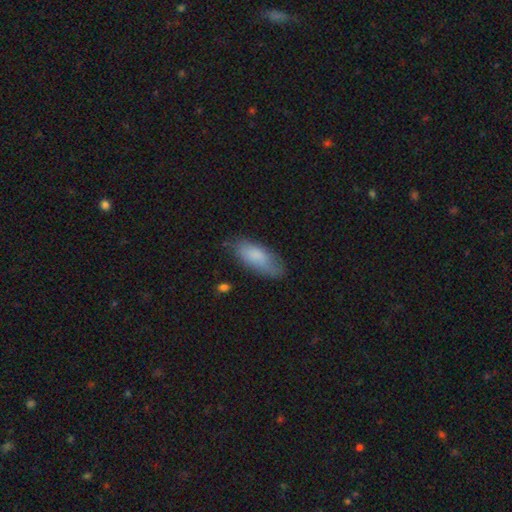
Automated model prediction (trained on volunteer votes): Overall: smooth (82%). How rounded: in between (75%). Merging: none (70%).